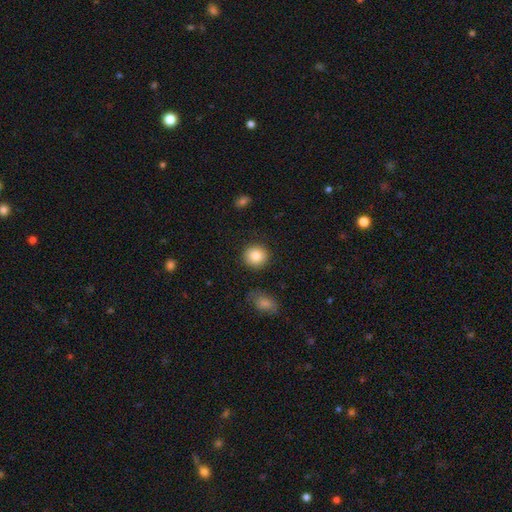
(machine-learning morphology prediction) Overall: smooth (85%). How rounded: round (90%). Merging: none (89%).